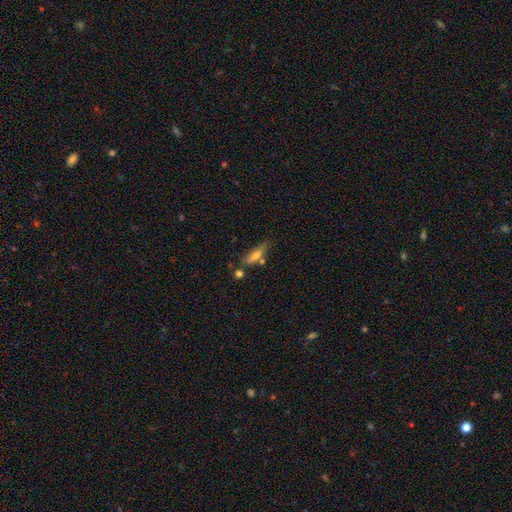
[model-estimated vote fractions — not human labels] Smooth or featured? Predicted: smooth (p=0.59). How rounded? Predicted: cigar-shaped (p=0.61). Merging? Predicted: none (p=0.59).